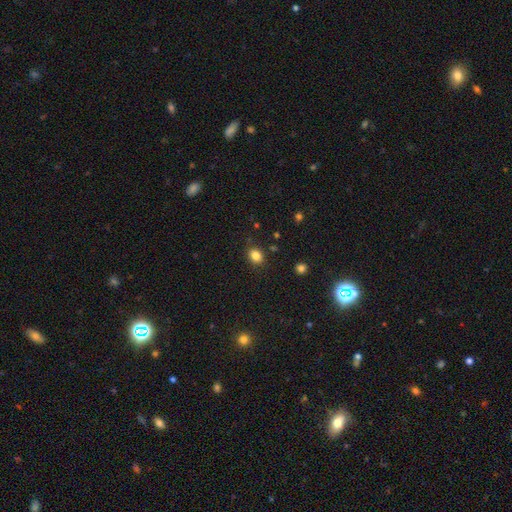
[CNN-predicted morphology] type=smooth (84%); roundness=in between (54%); merging=none (86%).